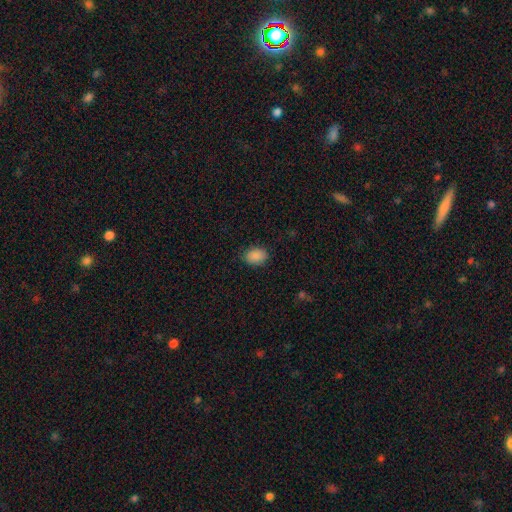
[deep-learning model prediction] Morphology: type=smooth (89%); roundness=in between (72%); merging=none (85%).